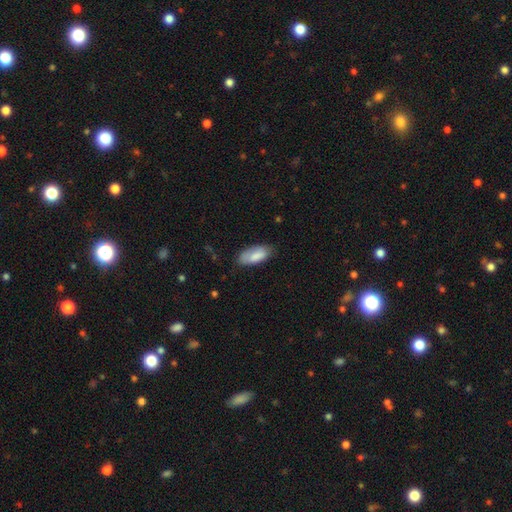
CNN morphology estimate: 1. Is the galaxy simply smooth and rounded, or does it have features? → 80% smooth, 14% featured or disk, 6% star or artifact.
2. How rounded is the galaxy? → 86% in between, 12% cigar-shaped, 2% round.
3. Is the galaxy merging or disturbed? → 68% none, 25% minor disturbance, 6% major disturbance, 2% merger.